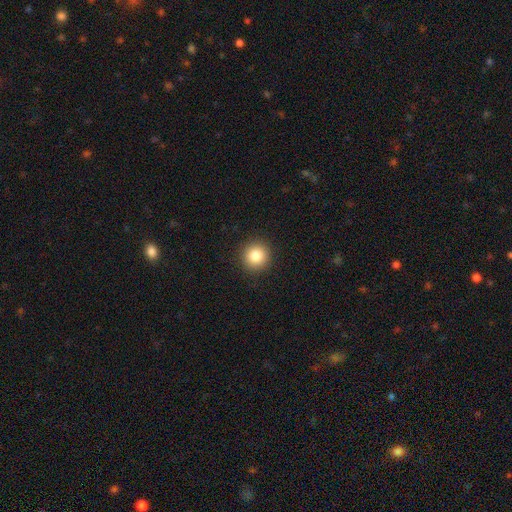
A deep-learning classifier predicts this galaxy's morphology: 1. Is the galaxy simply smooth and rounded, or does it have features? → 84% smooth, 10% star or artifact, 6% featured or disk.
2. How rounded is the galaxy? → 94% round, 5% in between, 1% cigar-shaped.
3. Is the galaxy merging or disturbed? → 92% none, 5% minor disturbance, 2% major disturbance, 1% merger.